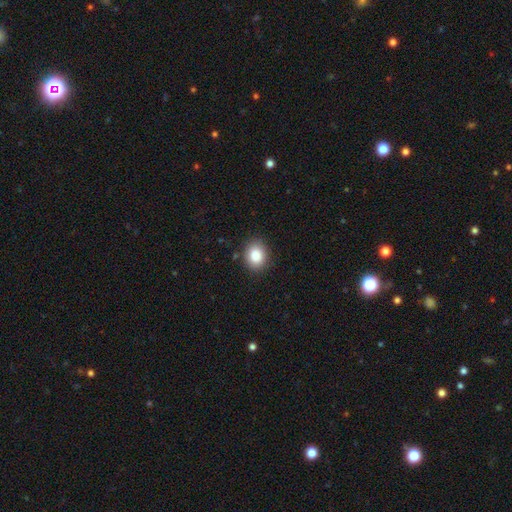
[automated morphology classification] Smooth or featured? smooth (87%)
How rounded? round (54%)
Merging? none (86%)